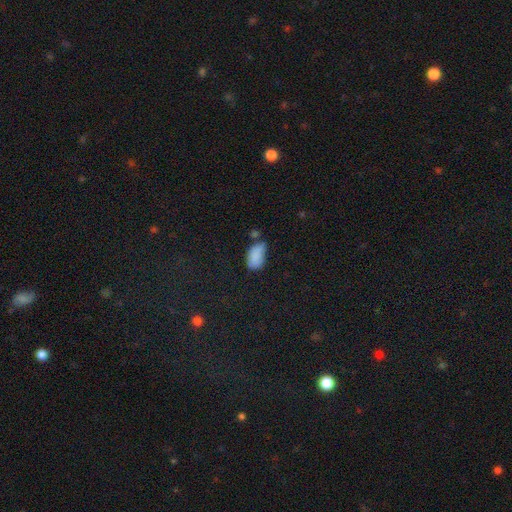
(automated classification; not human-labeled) Smooth or featured: smooth — 83% (star or artifact — 10%)
How rounded: in between — 92% (round — 6%)
Merging: minor disturbance — 38% (tied with none — 38%)